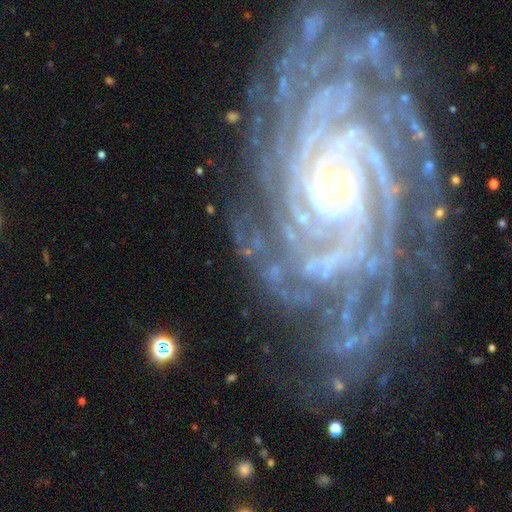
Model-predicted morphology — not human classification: Smooth or featured? Predicted: featured or disk (p=0.91). Edge-on disk? Predicted: no (p=0.97). Bar? Predicted: no (p=0.57). Spiral arms? Predicted: yes (p=0.99). Spiral winding? Predicted: tight (p=0.83). Spiral arm count? Predicted: more than 4 (p=0.36). Bulge size? Predicted: small (p=0.75). Merging? Predicted: none (p=0.75).